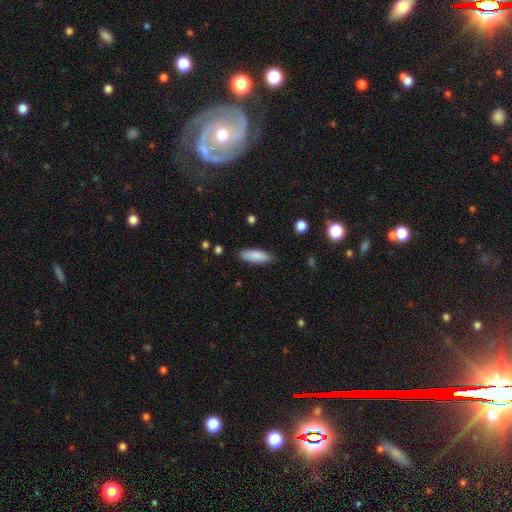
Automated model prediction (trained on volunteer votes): The model was most divided on "how rounded": in between: 60%, cigar-shaped: 38%, round: 2%. More confident: smooth or featured — smooth (87%); merging — none (84%).